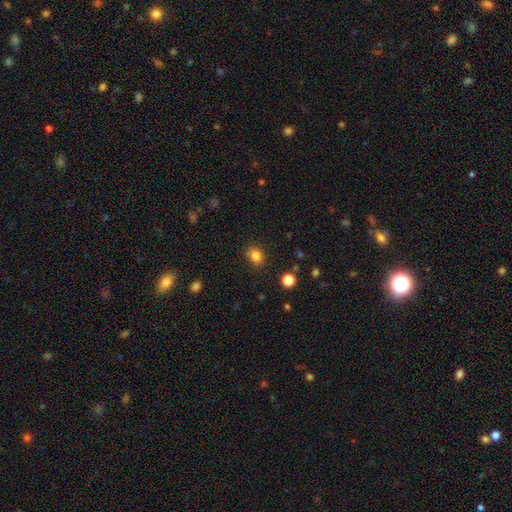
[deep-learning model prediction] Smooth or featured? smooth (83%)
How rounded? in between (55%)
Merging? none (87%)